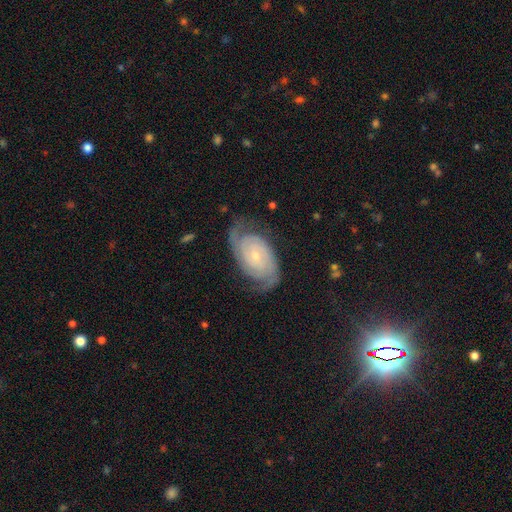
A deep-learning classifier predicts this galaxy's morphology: smooth-or-featured: featured or disk: 89% | smooth: 6% | star or artifact: 5%
  disk-edge-on: no: 97% | yes: 3%
    bar: no: 69% | weak: 24% | strong: 7%
    has-spiral-arms: yes: 98% | no: 2%
      spiral-winding: tight: 64% | medium: 29% | loose: 7%
      spiral-arm-count: 2: 84% | can't tell: 6% | 3: 4% | 4: 2% | 1: 2% | more than 4: 2%
    bulge-size: small: 73% | moderate: 22% | none: 2% | large: 1% | dominant: 1%
  merging: none: 77% | minor disturbance: 15% | major disturbance: 7% | merger: 1%